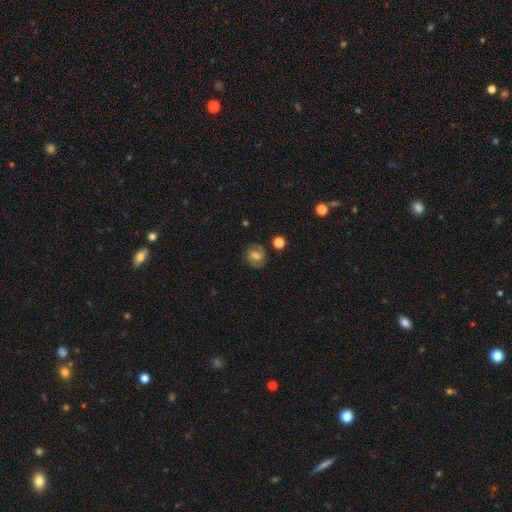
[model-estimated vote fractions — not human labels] Smooth or featured?
  - featured or disk: 51% *
  - smooth: 39%
  - star or artifact: 10%
Edge-on disk?
  - no: 97% *
  - yes: 3%
Merging?
  - none: 80% *
  - minor disturbance: 13%
  - major disturbance: 5%
  - merger: 2%